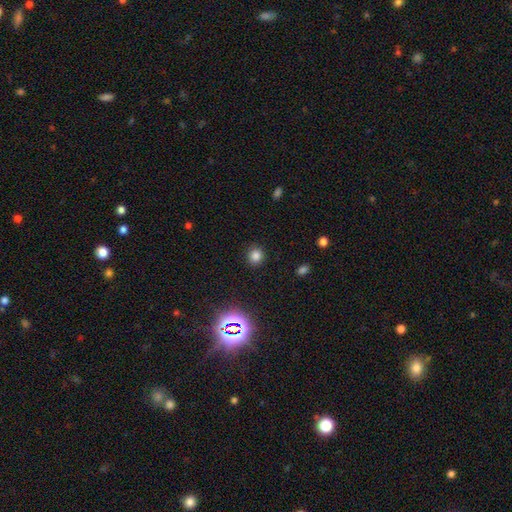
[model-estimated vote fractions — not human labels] smooth 78%, star or artifact 17%, featured or disk 5%. Down the decision tree: how rounded — round (87%); merging — none (90%).